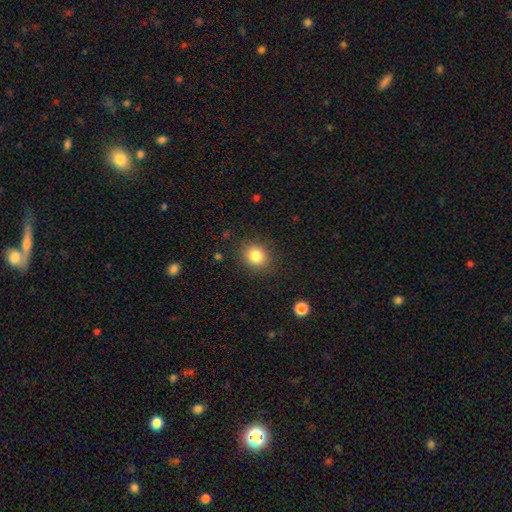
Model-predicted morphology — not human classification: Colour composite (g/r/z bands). It shows a smooth galaxy with no disk features (83%) that is round (74%). Merging: none (87%).